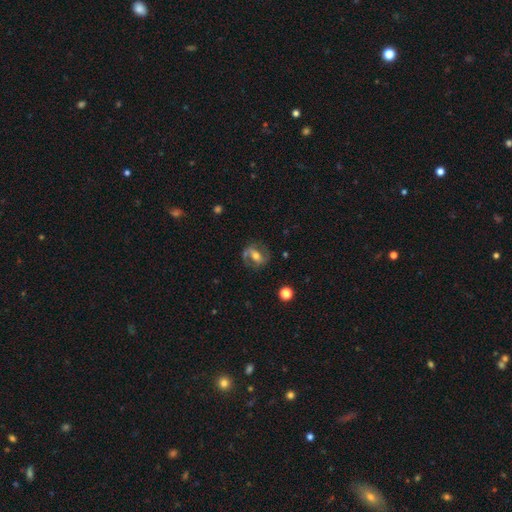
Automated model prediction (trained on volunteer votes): smooth-or-featured: featured or disk: 69% | smooth: 24% | star or artifact: 8%
  disk-edge-on: no: 94% | yes: 6%
    bar: strong: 40% | weak: 35% | no: 25%
    has-spiral-arms: yes: 79% | no: 21%
      spiral-winding: medium: 48% | tight: 27% | loose: 26%
      spiral-arm-count: 2: 79% | 1: 9% | can't tell: 9% | 3: 1% | 4: 1% | more than 4: 1%
    bulge-size: moderate: 64% | small: 24% | large: 9% | none: 2% | dominant: 1%
  merging: none: 69% | minor disturbance: 17% | major disturbance: 11% | merger: 2%